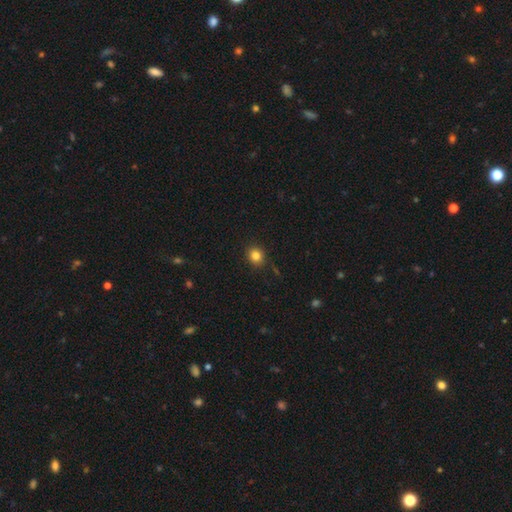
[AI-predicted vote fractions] Q: Smooth or featured?
A: smooth (83%); runner-up: star or artifact (12%)
Q: How rounded?
A: round (82%); runner-up: in between (18%)
Q: Merging?
A: none (89%); runner-up: minor disturbance (8%)